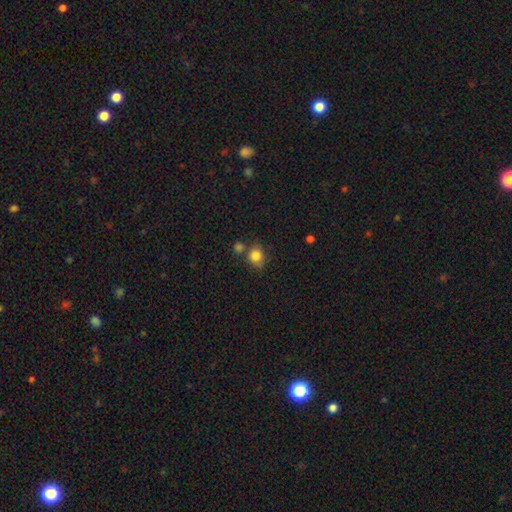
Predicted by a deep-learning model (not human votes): smooth-or-featured: smooth: 83% | star or artifact: 11% | featured or disk: 6%
  how-rounded: round: 74% | in between: 25% | cigar-shaped: 1%
  merging: none: 63% | merger: 17% | minor disturbance: 15% | major disturbance: 5%